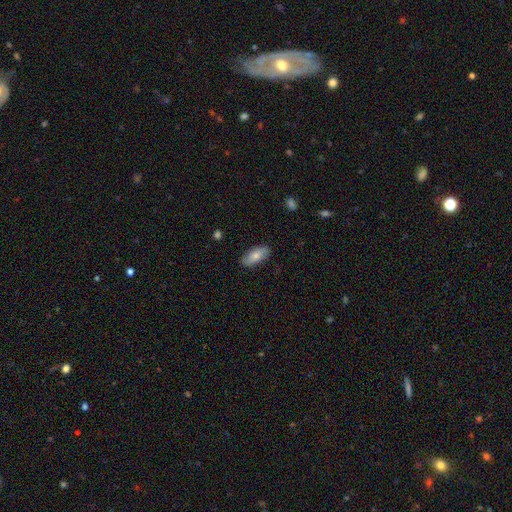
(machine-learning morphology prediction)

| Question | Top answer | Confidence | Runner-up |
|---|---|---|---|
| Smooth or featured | smooth | 74% | featured or disk (20%) |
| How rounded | in between | 85% | cigar-shaped (12%) |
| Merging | none | 86% | minor disturbance (11%) |